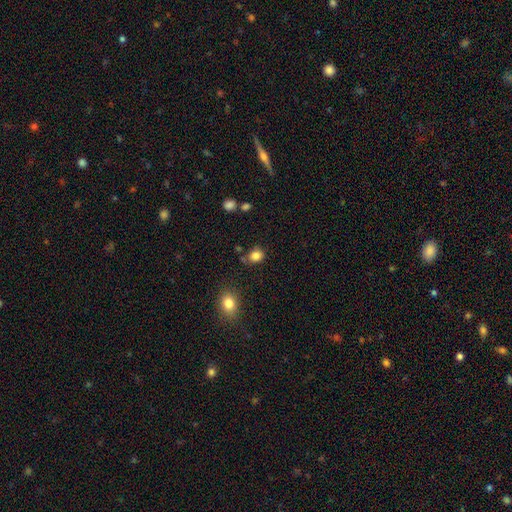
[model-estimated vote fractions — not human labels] This is clearly a smooth galaxy (83%). How rounded: likely round (61%). Merging: likely none (72%).